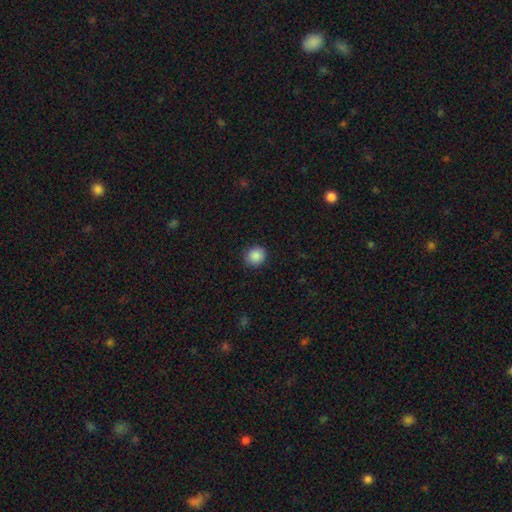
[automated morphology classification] Q: Smooth or featured?
A: smooth (88%); runner-up: star or artifact (9%)
Q: How rounded?
A: round (85%); runner-up: in between (14%)
Q: Merging?
A: none (88%); runner-up: minor disturbance (9%)